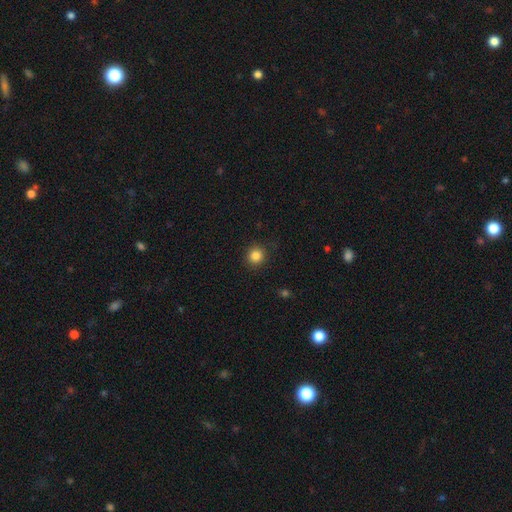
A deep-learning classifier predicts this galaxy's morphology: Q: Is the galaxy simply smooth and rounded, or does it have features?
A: smooth — 84%.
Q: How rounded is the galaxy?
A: round — 93%.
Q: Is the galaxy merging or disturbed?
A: none — 90%.